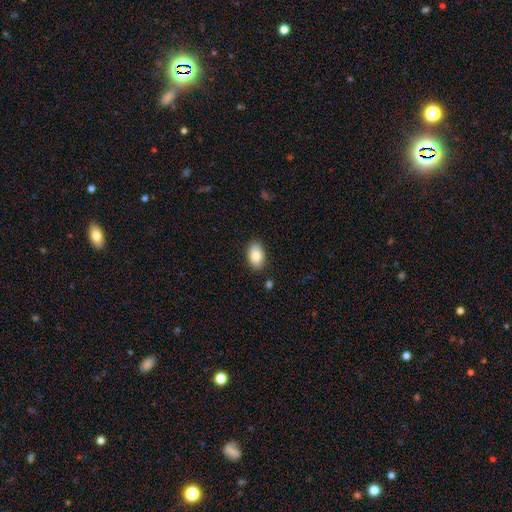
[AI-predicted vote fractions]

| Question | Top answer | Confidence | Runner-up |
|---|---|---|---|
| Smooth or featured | smooth | 85% | featured or disk (8%) |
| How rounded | in between | 92% | round (6%) |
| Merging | none | 87% | minor disturbance (9%) |